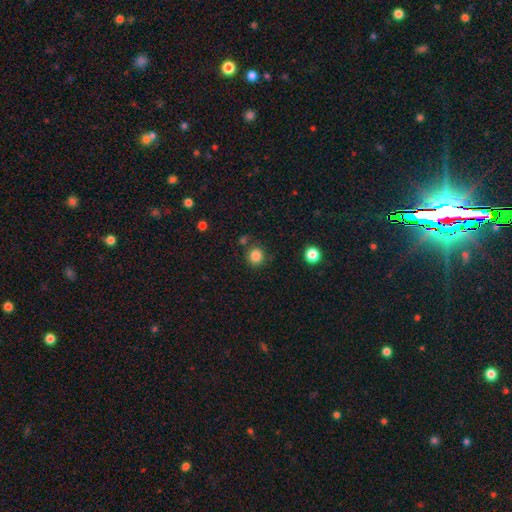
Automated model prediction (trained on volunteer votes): smooth-or-featured: smooth: 85% | star or artifact: 11% | featured or disk: 4%
  how-rounded: round: 90% | in between: 9% | cigar-shaped: 1%
  merging: none: 81% | minor disturbance: 10% | merger: 6% | major disturbance: 3%